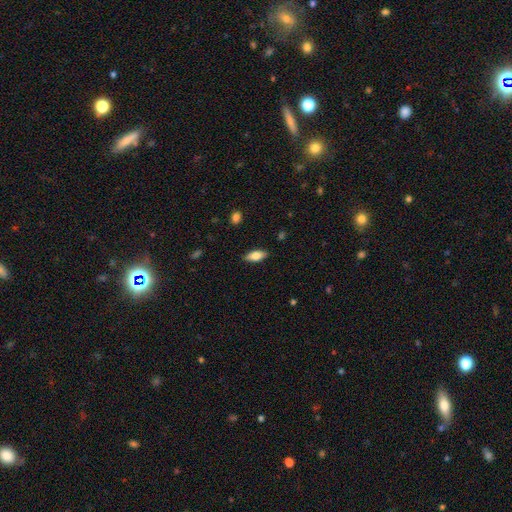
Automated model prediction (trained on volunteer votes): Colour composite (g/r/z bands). It shows a smooth galaxy with no disk features (76%) that is in between round and cigar-shaped (83%). Merging: none (87%).